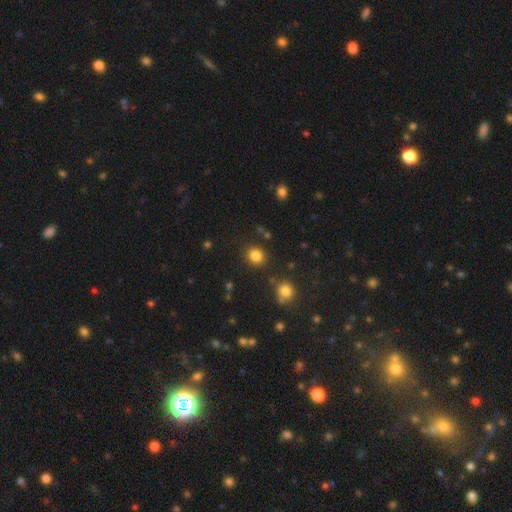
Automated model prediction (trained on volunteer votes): Overall: smooth (83%). How rounded: round (82%). Merging: none (85%).